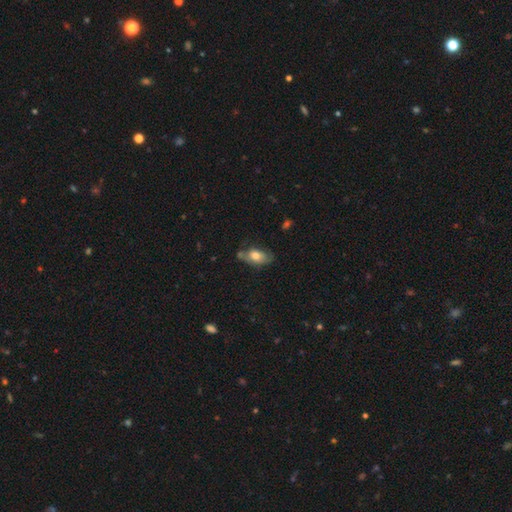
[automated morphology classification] Smooth or featured: smooth — 70% (featured or disk — 23%)
How rounded: in between — 89% (round — 7%)
Merging: none — 53% (minor disturbance — 31%)